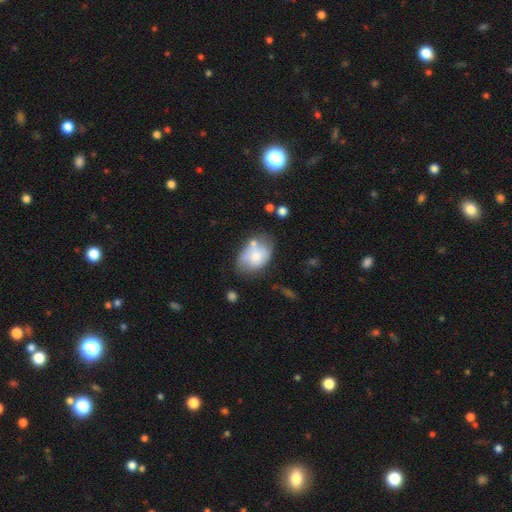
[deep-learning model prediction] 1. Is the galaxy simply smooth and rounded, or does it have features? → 66% smooth, 26% featured or disk, 7% star or artifact.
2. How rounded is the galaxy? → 80% in between, 19% round, 1% cigar-shaped.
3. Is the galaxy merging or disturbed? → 48% none, 28% minor disturbance, 14% merger, 10% major disturbance.